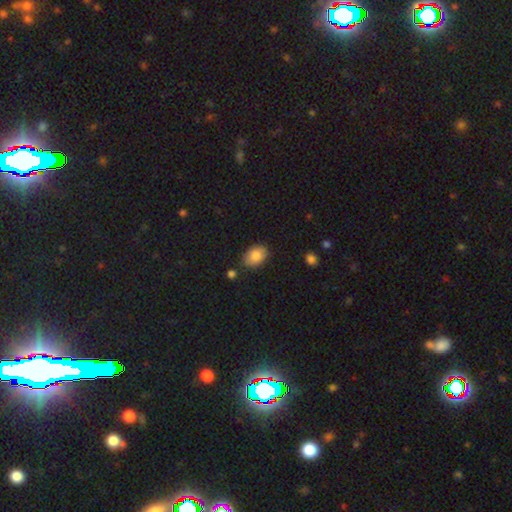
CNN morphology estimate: A smooth galaxy with no disk features (84%) that is in between round and cigar-shaped (84%). Merging: none (80%).